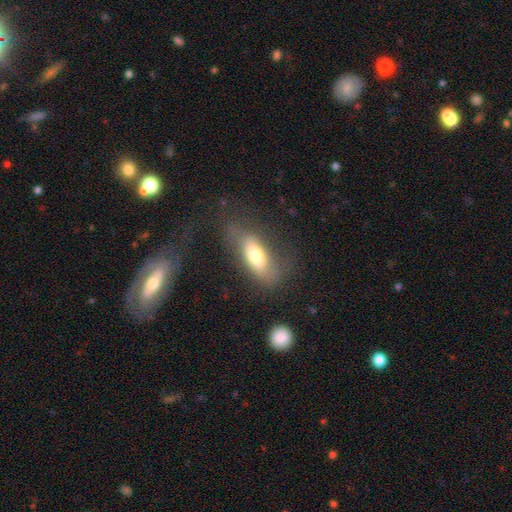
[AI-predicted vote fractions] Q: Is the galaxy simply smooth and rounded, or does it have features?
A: smooth — 67%.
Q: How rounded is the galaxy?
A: in between — 74%.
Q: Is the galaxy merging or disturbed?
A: none — 54%.